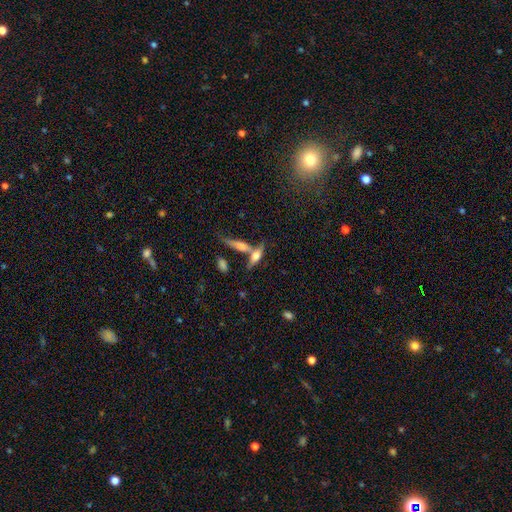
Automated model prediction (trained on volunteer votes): This is possibly a smooth galaxy (47%). Merging: possibly none (51%).